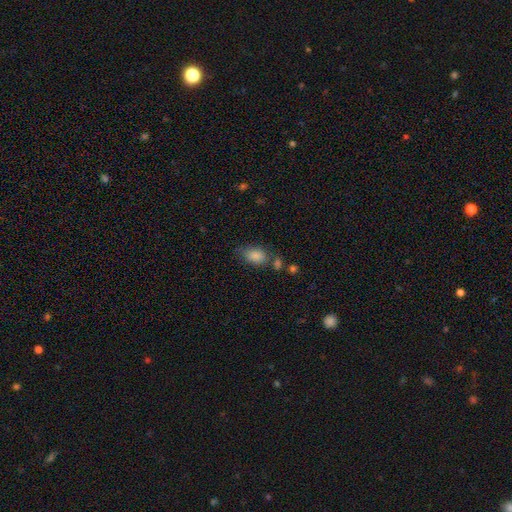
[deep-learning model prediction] Smooth or featured?
  - smooth: 85% *
  - star or artifact: 9%
  - featured or disk: 6%
How rounded?
  - in between: 86% *
  - round: 12%
  - cigar-shaped: 2%
Merging?
  - none: 60% *
  - minor disturbance: 21%
  - merger: 11%
  - major disturbance: 7%